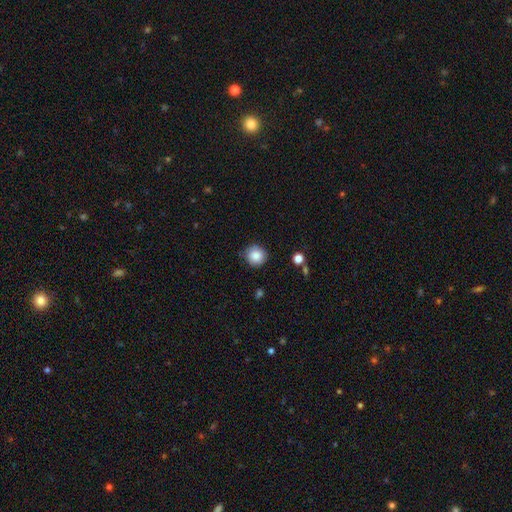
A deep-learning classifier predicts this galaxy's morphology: This appears to be a smooth galaxy with no disk features (85%) that is round (93%). Merging: none (84%).